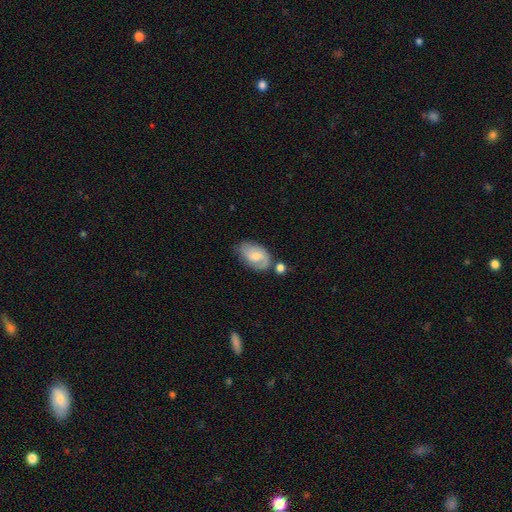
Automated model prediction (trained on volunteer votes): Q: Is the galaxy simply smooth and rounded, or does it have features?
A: featured or disk — 51%.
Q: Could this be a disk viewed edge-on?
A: no — 95%.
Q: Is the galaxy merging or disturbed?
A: none — 56%.